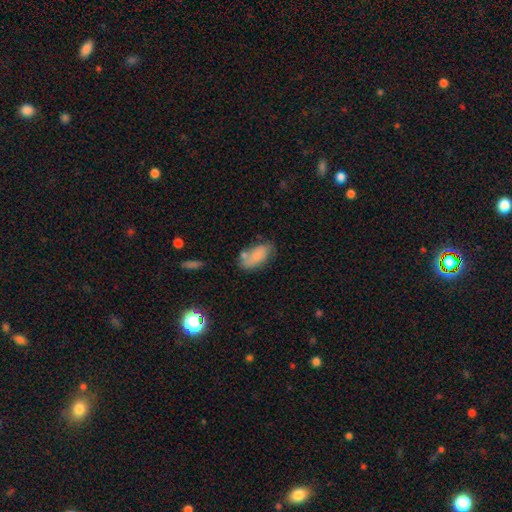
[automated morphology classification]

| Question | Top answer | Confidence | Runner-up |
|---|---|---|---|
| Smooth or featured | smooth | 75% | featured or disk (17%) |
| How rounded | in between | 90% | cigar-shaped (6%) |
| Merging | none | 54% | minor disturbance (23%) |